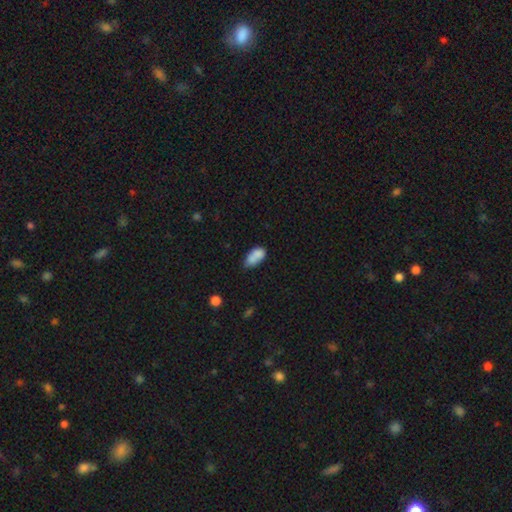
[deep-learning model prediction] Q: Smooth or featured?
A: smooth (79%); runner-up: featured or disk (12%)
Q: How rounded?
A: in between (89%); runner-up: cigar-shaped (6%)
Q: Merging?
A: none (44%); runner-up: minor disturbance (29%)